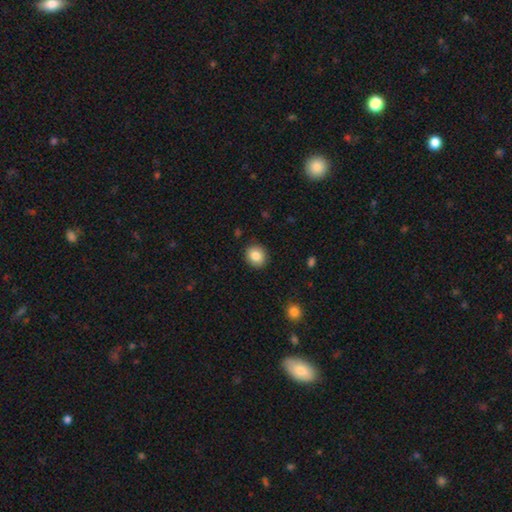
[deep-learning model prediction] Smooth or featured? Predicted: smooth (p=0.86). How rounded? Predicted: round (p=0.73). Merging? Predicted: none (p=0.89).